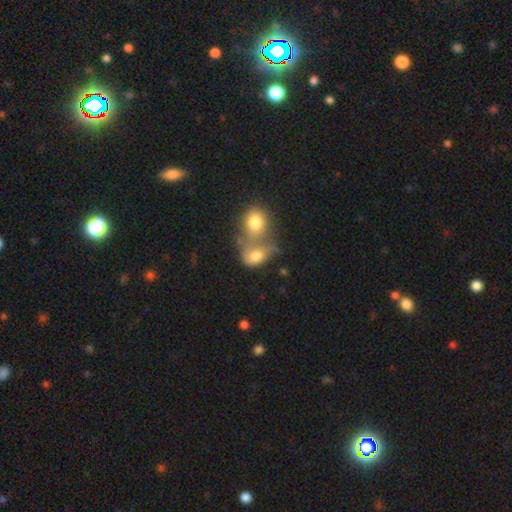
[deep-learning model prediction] Overall: smooth (70%). How rounded: in between (62%; round 36%). Merging: merger (68%).